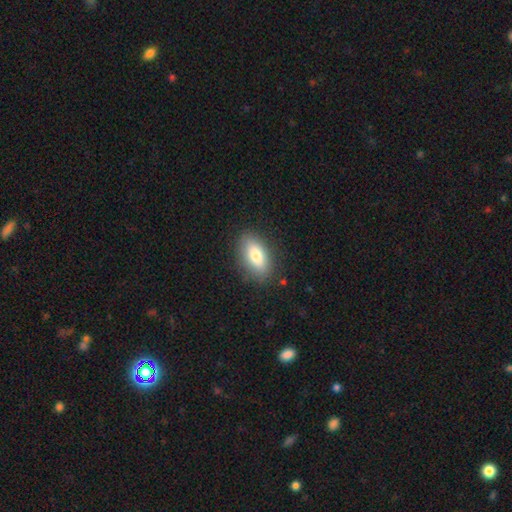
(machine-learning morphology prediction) Smooth or featured: smooth — 77% (featured or disk — 16%)
How rounded: in between — 88% (cigar-shaped — 7%)
Merging: none — 86% (minor disturbance — 10%)